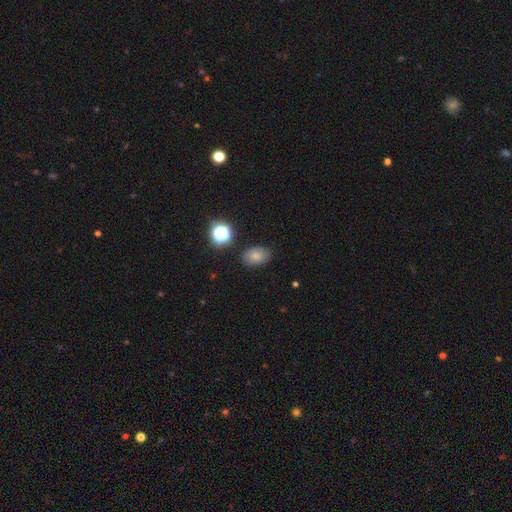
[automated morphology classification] Q: Smooth or featured?
A: smooth (78%); runner-up: star or artifact (13%)
Q: How rounded?
A: in between (79%); runner-up: round (19%)
Q: Merging?
A: none (82%); runner-up: minor disturbance (12%)